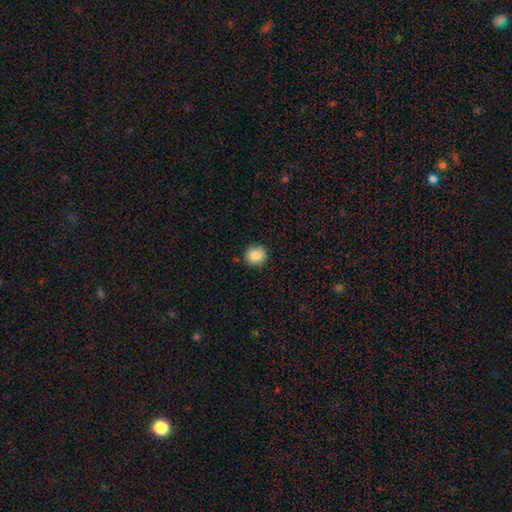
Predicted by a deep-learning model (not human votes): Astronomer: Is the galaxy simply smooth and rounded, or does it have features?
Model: smooth — 87%.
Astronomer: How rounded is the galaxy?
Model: round — 90%.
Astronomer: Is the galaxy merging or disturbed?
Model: none — 89%.